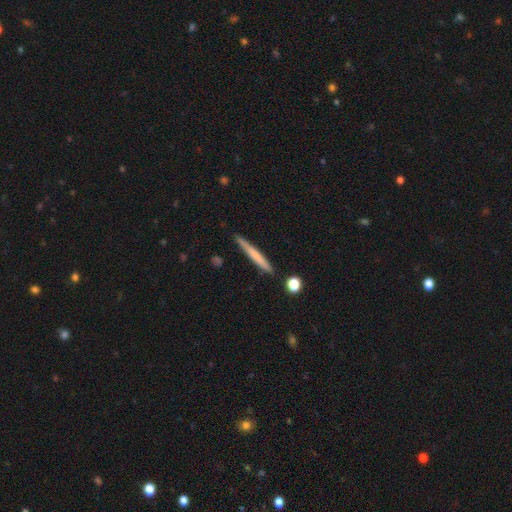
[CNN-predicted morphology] smooth-or-featured: smooth: 63% | featured or disk: 31% | star or artifact: 6%
  how-rounded: cigar-shaped: 96% | in between: 2% | round: 1%
  merging: none: 87% | minor disturbance: 9% | merger: 2% | major disturbance: 2%